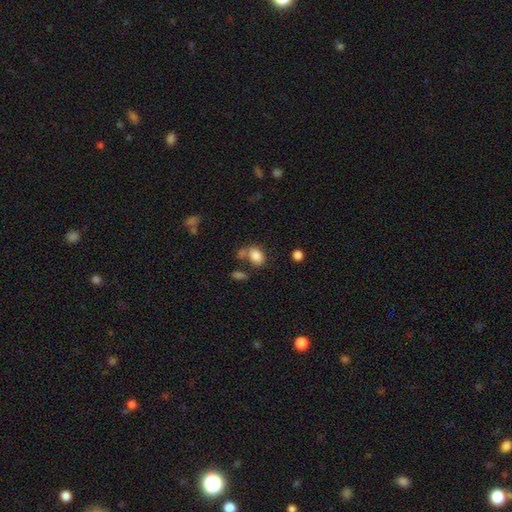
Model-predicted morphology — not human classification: Smooth or featured? smooth (83%)
How rounded? in between (79%)
Merging? none (54%)